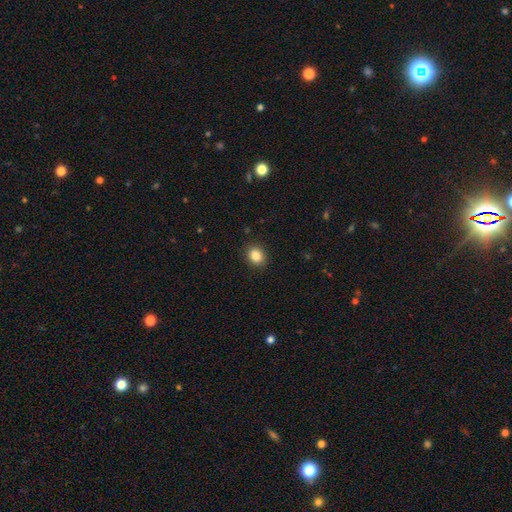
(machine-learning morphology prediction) The model was most divided on "how rounded": round: 56%, in between: 43%, cigar-shaped: 1%. More confident: merging — none (89%); smooth or featured — smooth (86%).